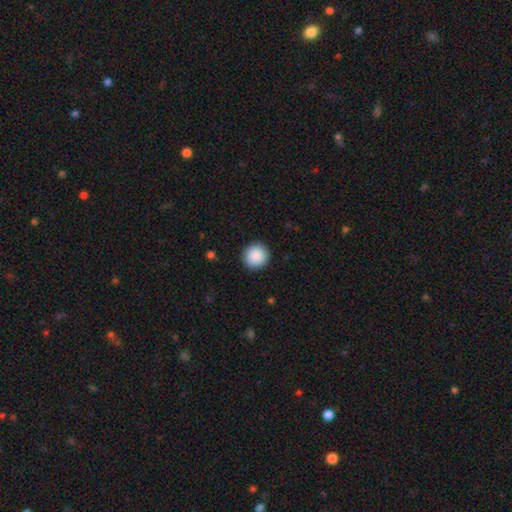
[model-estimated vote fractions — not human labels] This is clearly a smooth galaxy (89%). How rounded: clearly round (94%). Merging: clearly none (92%).